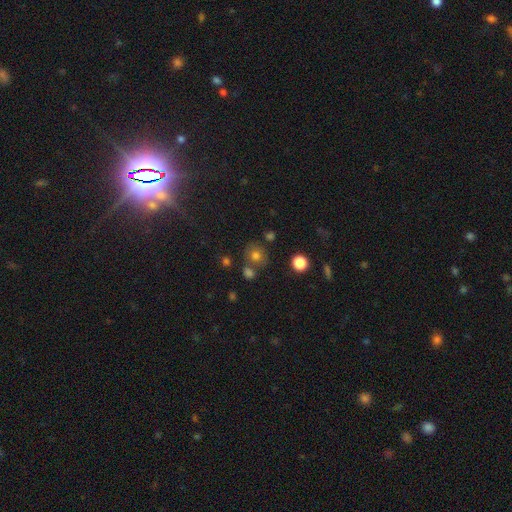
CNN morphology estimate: This is likely a smooth galaxy (75%). How rounded: clearly round (82%). Merging: likely none (69%).